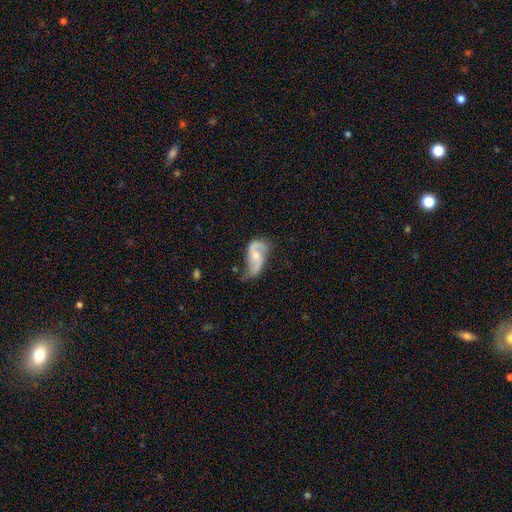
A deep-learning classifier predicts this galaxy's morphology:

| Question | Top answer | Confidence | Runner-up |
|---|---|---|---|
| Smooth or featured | featured or disk | 80% | smooth (14%) |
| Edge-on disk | no | 96% | yes (4%) |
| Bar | no | 59% | weak (33%) |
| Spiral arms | yes | 93% | no (7%) |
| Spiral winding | loose | 57% | medium (34%) |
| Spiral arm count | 2 | 89% | can't tell (4%) |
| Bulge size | moderate | 53% | small (40%) |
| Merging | none | 48% | minor disturbance (31%) |